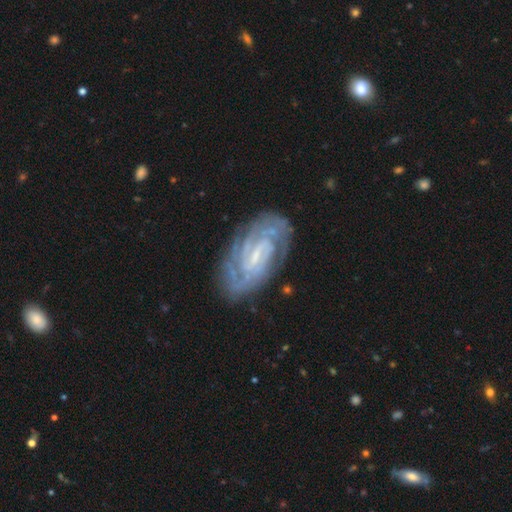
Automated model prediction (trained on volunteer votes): A featured or disk galaxy (88%) with a weak bar (49%), 2 (36%) tight (72%) spiral arms (97%) and a small central bulge (66%). Merging: none (79%).